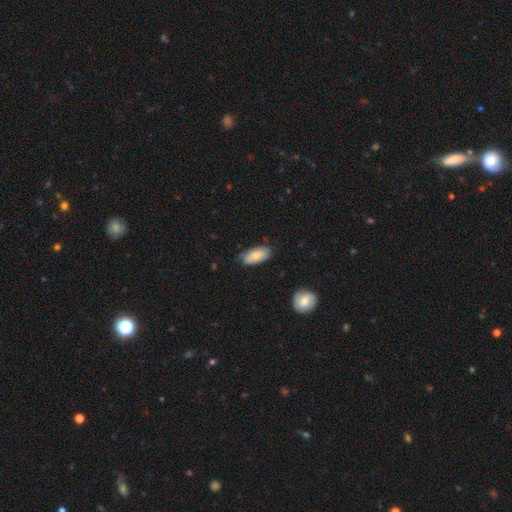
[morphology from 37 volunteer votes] Smooth or featured?
  - smooth: 70% *
  - featured or disk: 30%
  - star or artifact: 0%
How rounded?
  - in between: 96% *
  - round: 4%
  - cigar-shaped: 0%
Merging?
  - none: 62% *
  - minor disturbance: 38%
  - major disturbance: 0%
  - merger: 0%